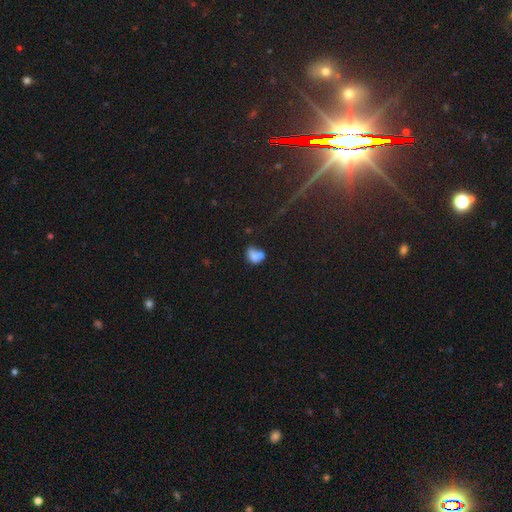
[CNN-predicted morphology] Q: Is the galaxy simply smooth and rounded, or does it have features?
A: smooth — 68%.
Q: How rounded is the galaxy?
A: in between — 67%.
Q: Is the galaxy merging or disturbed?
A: merger — 42%.